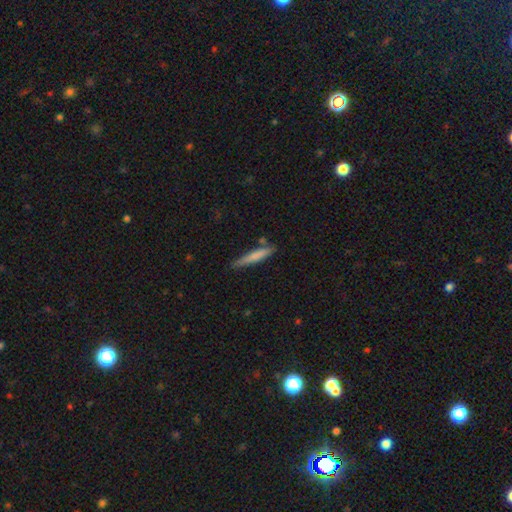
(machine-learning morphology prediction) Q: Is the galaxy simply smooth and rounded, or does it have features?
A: smooth — 72%.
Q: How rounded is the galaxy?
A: cigar-shaped — 92%.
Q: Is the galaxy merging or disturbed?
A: none — 75%.